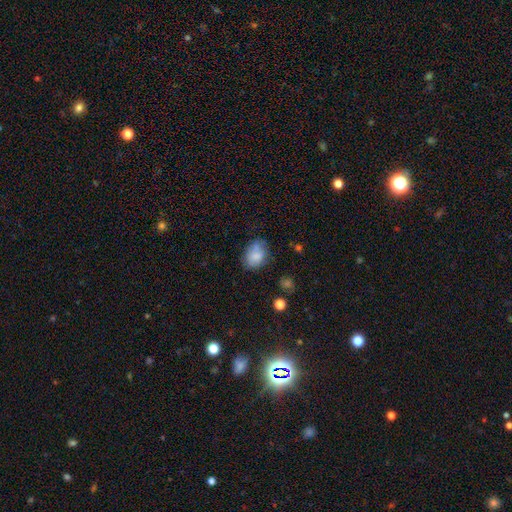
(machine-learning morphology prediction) A smooth galaxy with no disk features (79%) that is in between round and cigar-shaped (76%). Merging: none (61%).